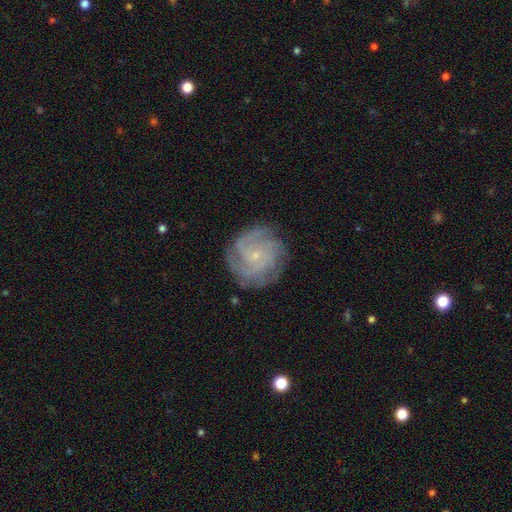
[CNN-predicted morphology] Smooth or featured? featured or disk (80%)
Edge-on disk? no (98%)
Bar? no (74%)
Spiral arms? yes (96%)
Spiral winding? tight (66%)
Spiral arm count? can't tell (26%)
Bulge size? small (84%)
Merging? none (79%)